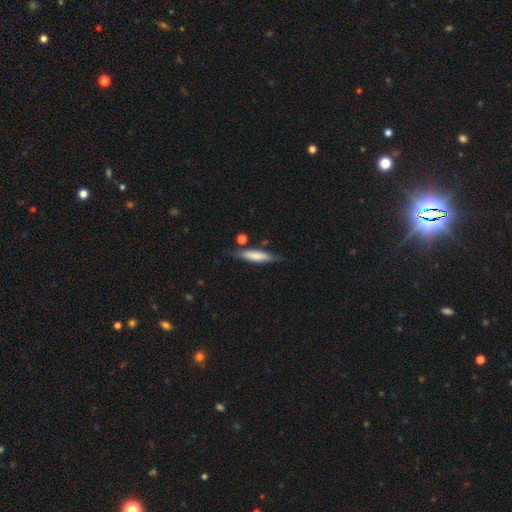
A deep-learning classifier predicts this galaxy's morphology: smooth-or-featured: smooth: 69% | featured or disk: 25% | star or artifact: 6%
  how-rounded: cigar-shaped: 75% | in between: 23% | round: 2%
  merging: none: 73% | minor disturbance: 18% | merger: 5% | major disturbance: 4%